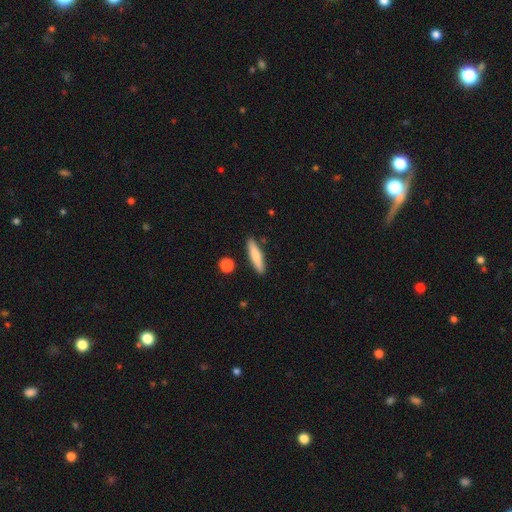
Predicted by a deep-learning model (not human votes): The model was most divided on "smooth or featured": smooth: 75%, featured or disk: 20%, star or artifact: 6%. More confident: merging — none (88%); how rounded — cigar-shaped (81%).